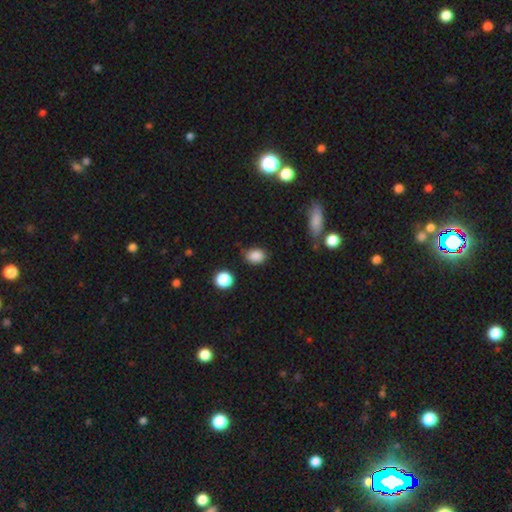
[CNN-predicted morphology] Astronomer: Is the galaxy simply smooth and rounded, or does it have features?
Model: smooth — 86%.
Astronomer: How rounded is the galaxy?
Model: in between — 68%.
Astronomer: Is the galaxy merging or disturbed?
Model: none — 78%.